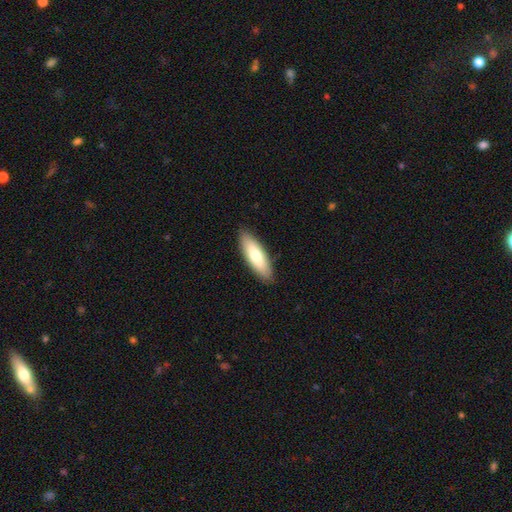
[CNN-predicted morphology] Smooth or featured? Predicted: smooth (p=0.73). How rounded? Predicted: in between (p=0.52). Merging? Predicted: none (p=0.89).